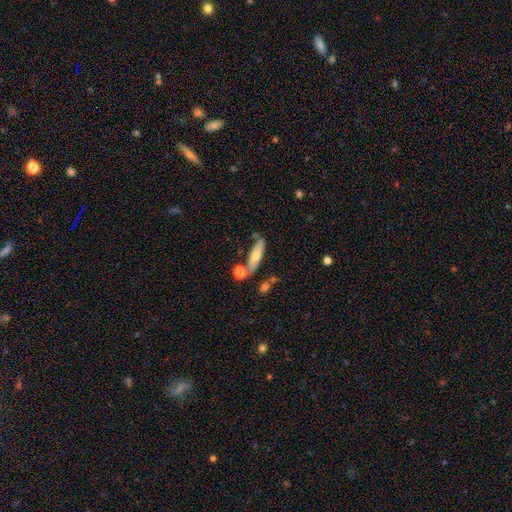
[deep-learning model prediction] The model was most divided on "how rounded": cigar-shaped: 58%, in between: 39%, round: 3%. More confident: merging — none (66%); smooth or featured — smooth (65%).